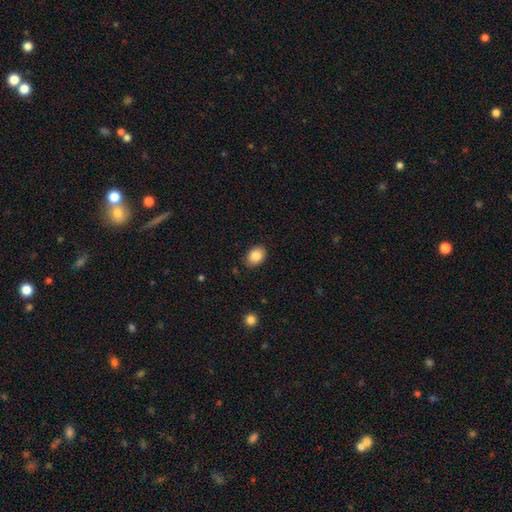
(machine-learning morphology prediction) Smooth or featured? smooth (87%)
How rounded? in between (72%)
Merging? none (86%)